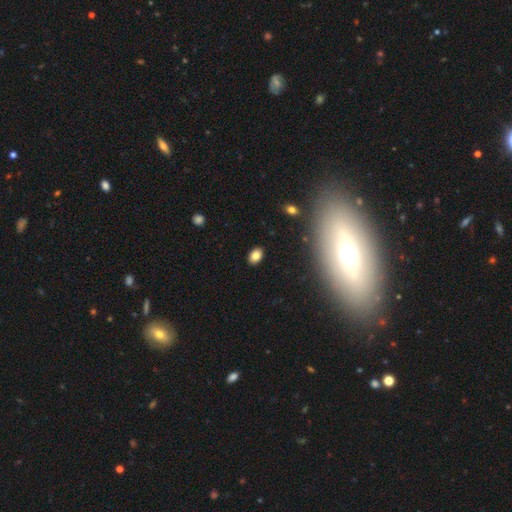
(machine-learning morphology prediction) This appears to be a smooth galaxy with no disk features (82%) that is in between round and cigar-shaped (81%). Merging: none (88%).